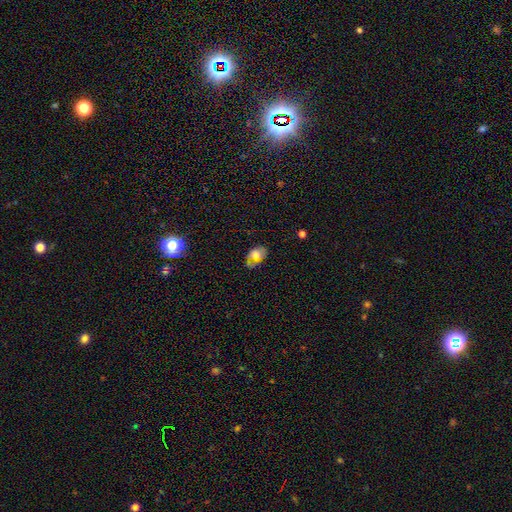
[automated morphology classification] A smooth galaxy with no disk features (59%) that is in between round and cigar-shaped (85%). Merging: none (53%).